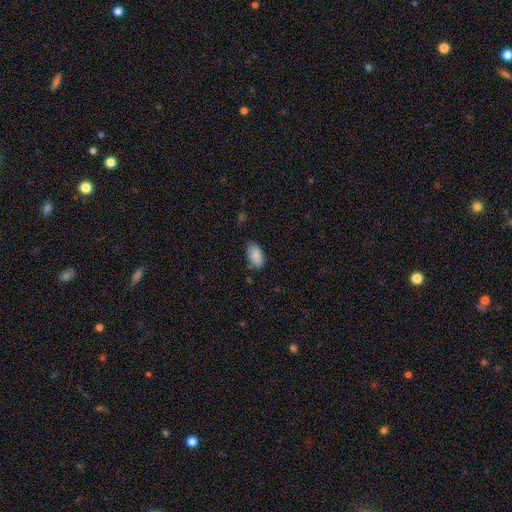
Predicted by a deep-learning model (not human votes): smooth 88%, star or artifact 7%, featured or disk 5%. Down the decision tree: how rounded — in between (94%); merging — none (75%).